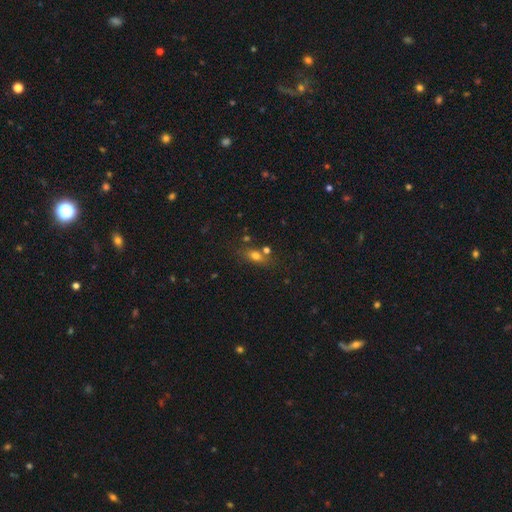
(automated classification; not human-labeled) The model was most divided on "merging": none: 61%, merger: 17%, minor disturbance: 16%, major disturbance: 6%. More confident: how rounded — in between (71%); smooth or featured — smooth (70%).